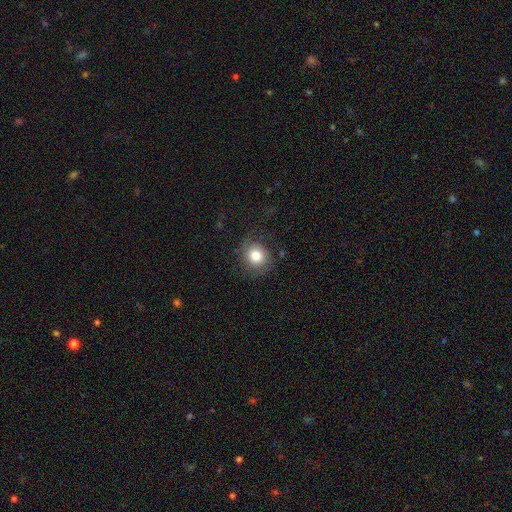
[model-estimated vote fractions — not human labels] This appears to be a smooth galaxy with no disk features (79%) that is round (86%). Merging: none (73%).